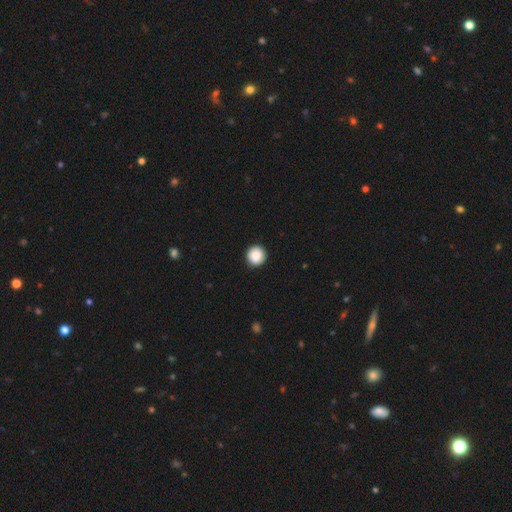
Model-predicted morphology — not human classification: The model was most divided on "smooth or featured": smooth: 87%, star or artifact: 8%, featured or disk: 5%. More confident: how rounded — round (95%); merging — none (91%).